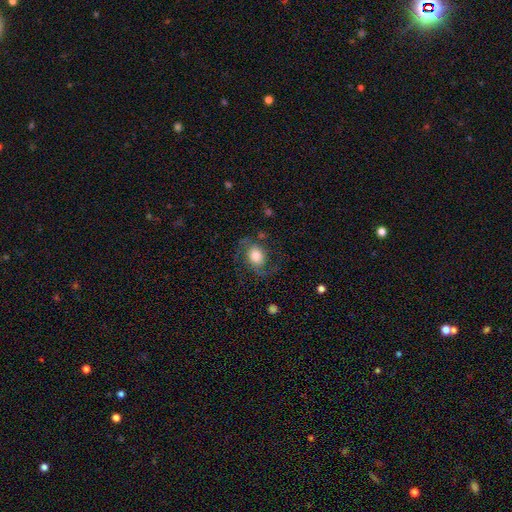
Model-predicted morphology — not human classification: Smooth or featured? Predicted: featured or disk (p=0.61). Edge-on disk? Predicted: no (p=0.97). Bar? Predicted: no (p=0.68). Spiral arms? Predicted: yes (p=0.89). Spiral winding? Predicted: medium (p=0.47). Spiral arm count? Predicted: 2 (p=0.90). Bulge size? Predicted: large (p=0.45). Merging? Predicted: none (p=0.67).